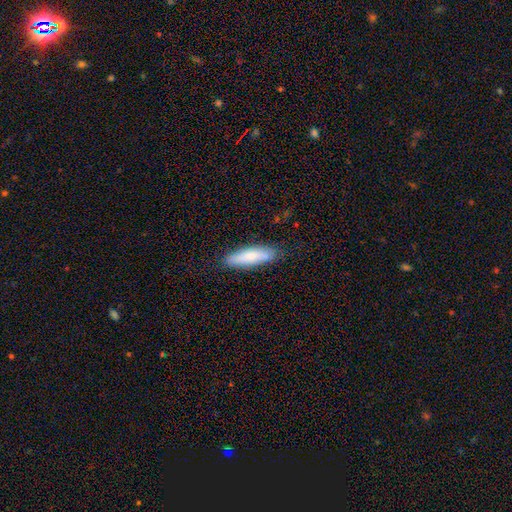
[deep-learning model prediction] This is likely a smooth galaxy (79%). How rounded: likely cigar-shaped (70%). Merging: clearly none (85%).